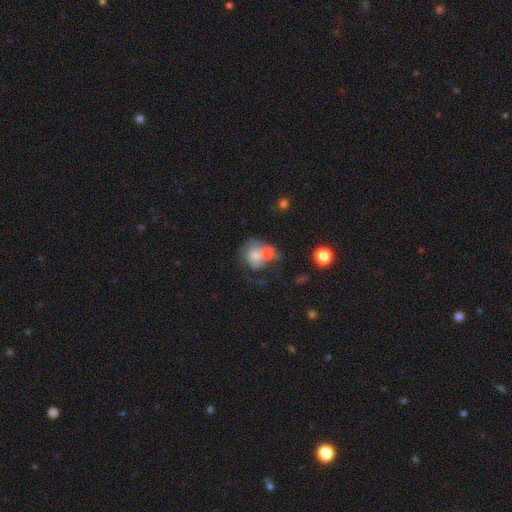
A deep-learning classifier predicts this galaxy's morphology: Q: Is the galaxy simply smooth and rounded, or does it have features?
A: smooth — 58%.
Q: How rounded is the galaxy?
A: round — 67%.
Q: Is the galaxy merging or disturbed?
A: merger — 42%.